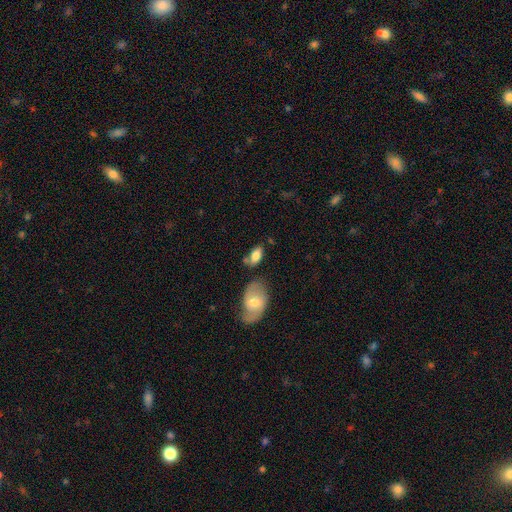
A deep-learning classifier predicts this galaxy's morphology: The model was most divided on "merging": none: 56%, minor disturbance: 21%, merger: 16%, major disturbance: 7%. More confident: how rounded — in between (92%); smooth or featured — smooth (80%).